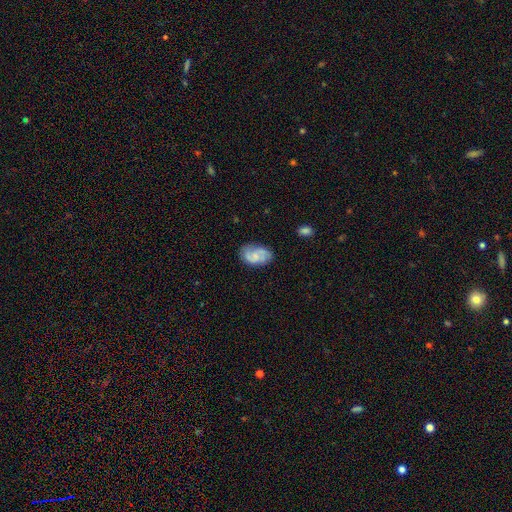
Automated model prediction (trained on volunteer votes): featured or disk 59%, smooth 33%, star or artifact 7%. Down the decision tree: edge-on disk — no (97%); bar — no (61%); spiral arms — yes (90%); spiral arm count — 2 (59%); spiral winding — medium (46%); bulge size — small (47%); merging — none (71%).